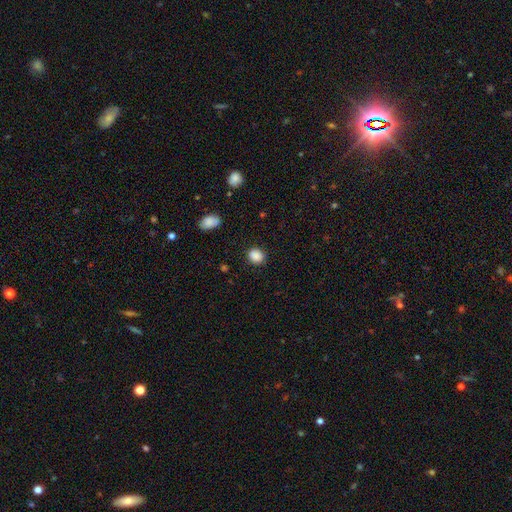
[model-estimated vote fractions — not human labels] Smooth or featured: smooth — 88% (star or artifact — 9%)
How rounded: round — 67% (in between — 32%)
Merging: none — 87% (minor disturbance — 8%)